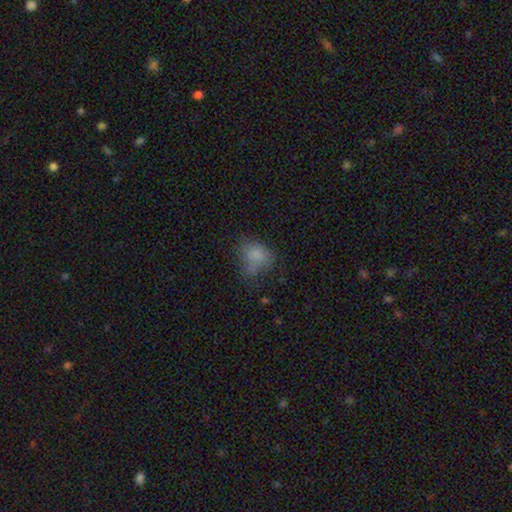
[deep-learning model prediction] smooth_or_featured: smooth (p=0.73) [alt: star or artifact p=0.14]
how_rounded: in between (p=0.56) [alt: round p=0.43]
merging: none (p=0.41) [alt: minor disturbance p=0.27]